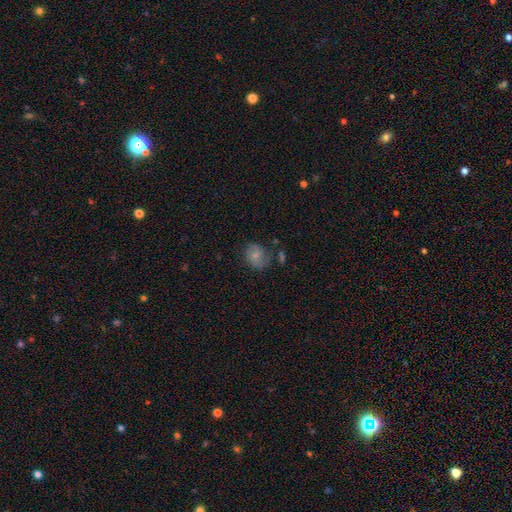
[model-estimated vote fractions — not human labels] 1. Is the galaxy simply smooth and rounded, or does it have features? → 65% smooth, 25% featured or disk, 10% star or artifact.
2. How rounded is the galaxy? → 51% round, 47% in between, 1% cigar-shaped.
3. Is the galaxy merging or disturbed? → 58% none, 25% minor disturbance, 11% major disturbance, 6% merger.